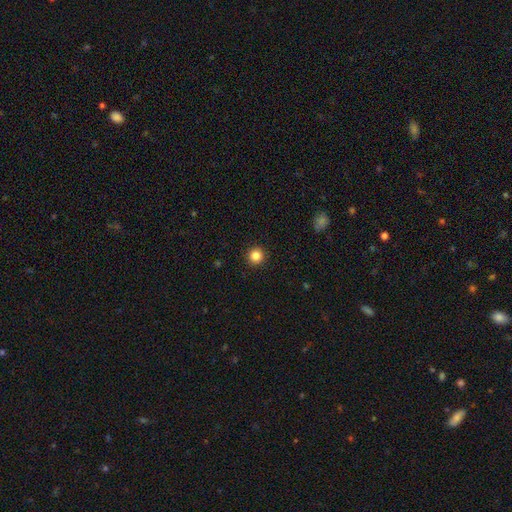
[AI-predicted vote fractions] smooth 85%, star or artifact 11%, featured or disk 4%. Down the decision tree: how rounded — round (96%); merging — none (93%).